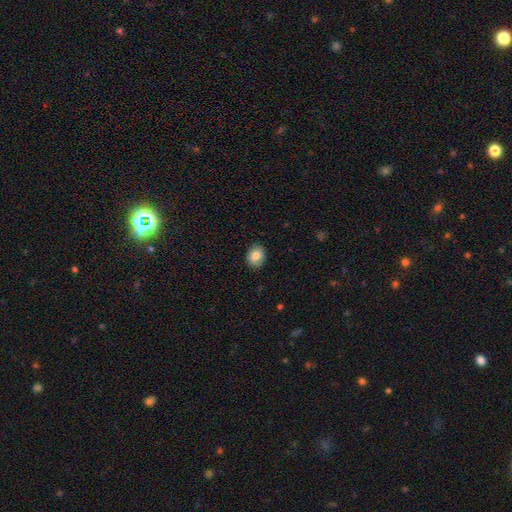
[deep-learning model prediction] The model was most divided on "how rounded": round: 55%, in between: 44%, cigar-shaped: 1%. More confident: merging — none (87%); smooth or featured — smooth (84%).